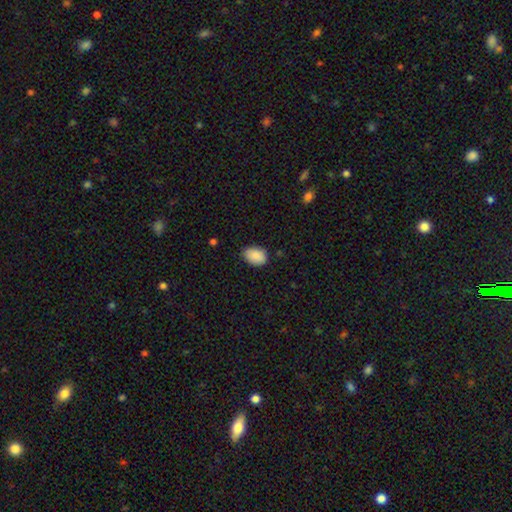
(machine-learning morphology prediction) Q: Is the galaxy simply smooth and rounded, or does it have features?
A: smooth — 89%.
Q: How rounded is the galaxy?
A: in between — 84%.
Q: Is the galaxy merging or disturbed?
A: none — 78%.